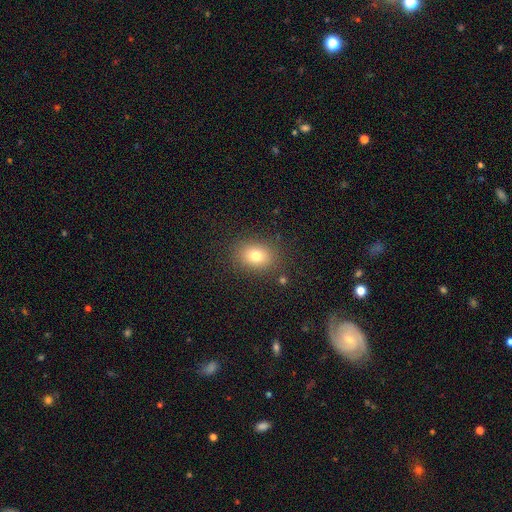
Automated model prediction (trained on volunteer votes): Overall: smooth (77%). How rounded: in between (55%; round 44%). Merging: none (85%).